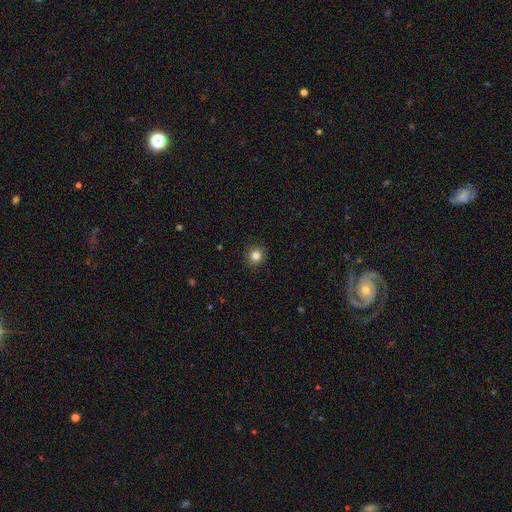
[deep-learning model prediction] smooth-or-featured: smooth: 84% | star or artifact: 11% | featured or disk: 5%
  how-rounded: round: 88% | in between: 11% | cigar-shaped: 1%
  merging: none: 91% | minor disturbance: 7% | major disturbance: 2% | merger: 1%